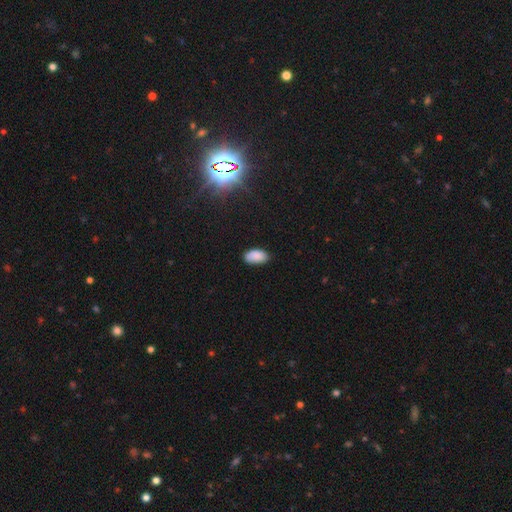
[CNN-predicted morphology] type=smooth (87%); roundness=in between (95%); merging=none (78%).